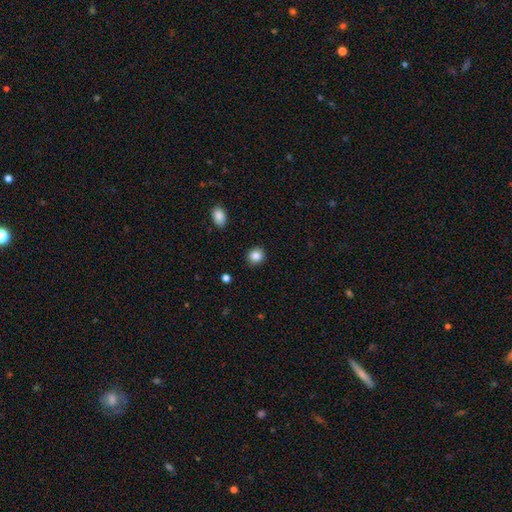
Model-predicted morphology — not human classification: Overall: smooth (86%). How rounded: round (82%). Merging: none (90%).